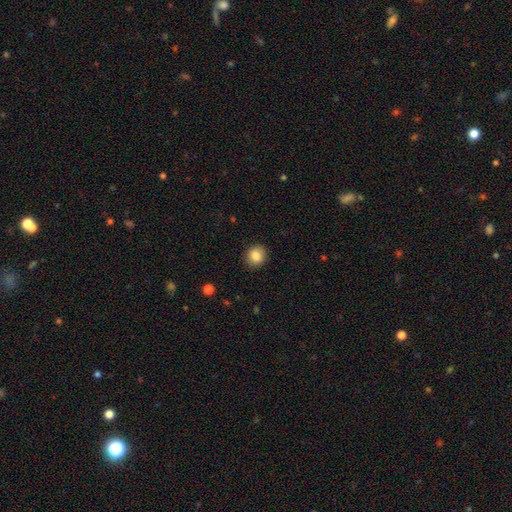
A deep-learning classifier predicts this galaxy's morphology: This is clearly a smooth galaxy (85%). How rounded: likely round (79%). Merging: clearly none (89%).